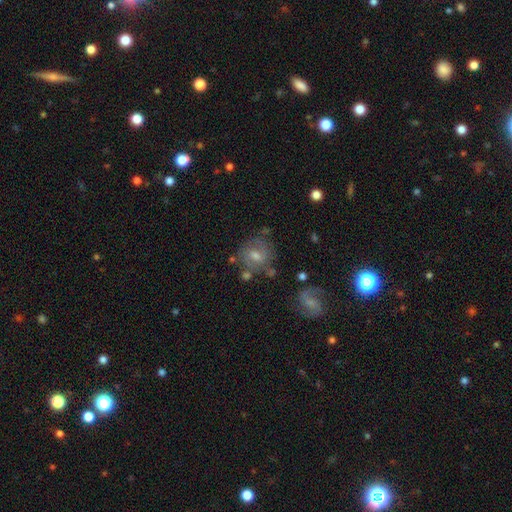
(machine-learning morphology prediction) featured or disk 57%, smooth 29%, star or artifact 14%. Down the decision tree: edge-on disk — no (95%); bar — weak (46%); spiral arms — yes (80%); bulge size — moderate (56%); merging — none (66%).